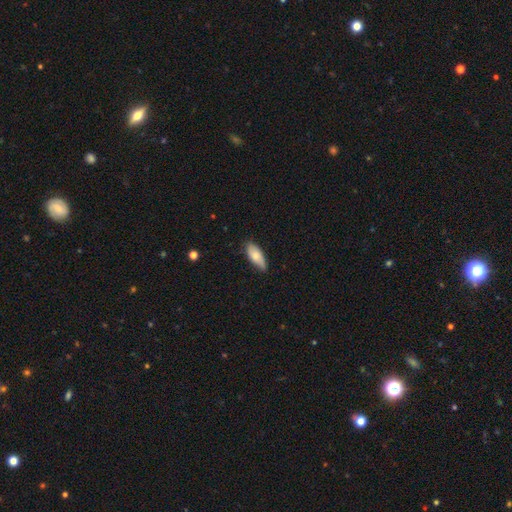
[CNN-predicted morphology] This is likely a smooth galaxy (75%). How rounded: clearly in between (81%). Merging: likely none (75%).